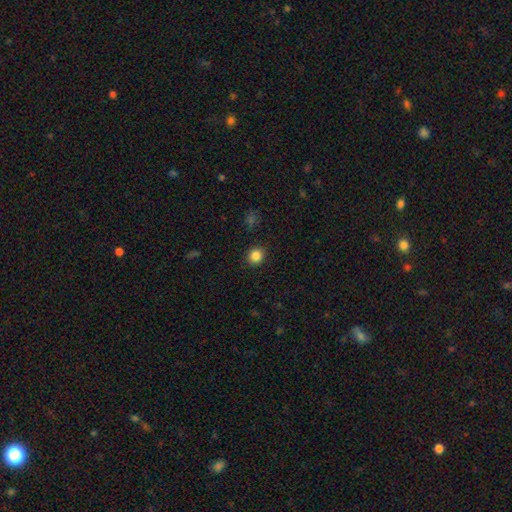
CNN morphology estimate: Smooth or featured: smooth — 85% (star or artifact — 11%)
How rounded: round — 86% (in between — 13%)
Merging: none — 91% (minor disturbance — 6%)